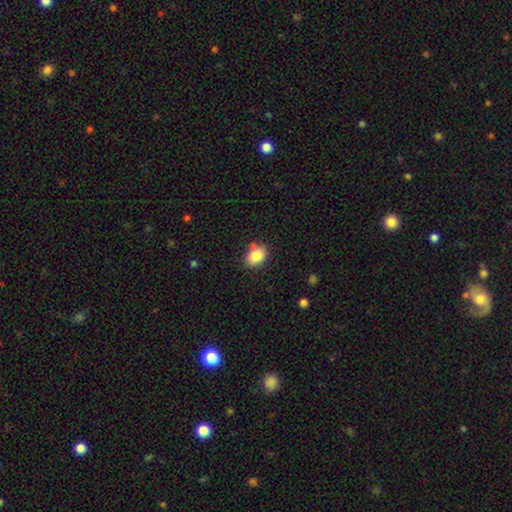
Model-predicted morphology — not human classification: Smooth or featured?
  - smooth: 85% *
  - star or artifact: 8%
  - featured or disk: 7%
How rounded?
  - in between: 73% *
  - round: 25%
  - cigar-shaped: 1%
Merging?
  - none: 77% *
  - minor disturbance: 14%
  - merger: 6%
  - major disturbance: 3%